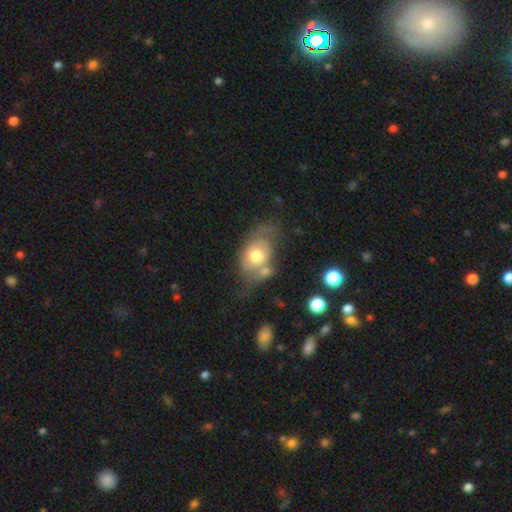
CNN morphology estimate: This appears to be a smooth galaxy with no disk features (54%) that is in between round and cigar-shaped (77%). Merging: none (35%).